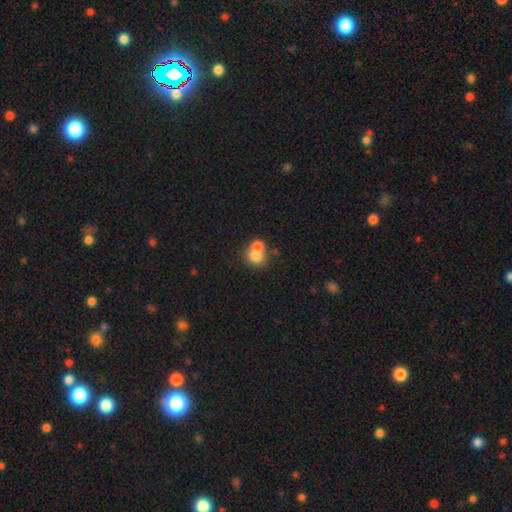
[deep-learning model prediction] Morphology: type=smooth (74%); roundness=round (73%); merging=merger (58%).